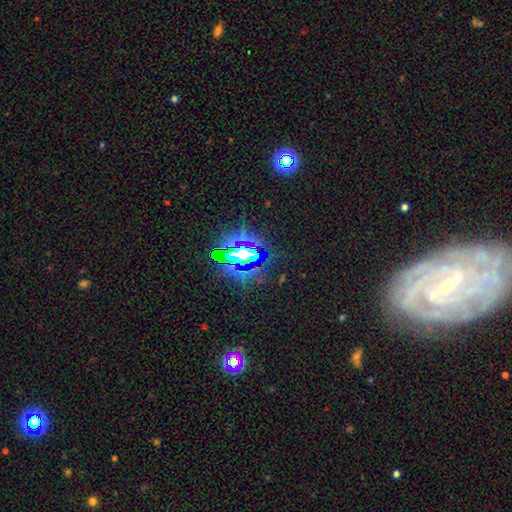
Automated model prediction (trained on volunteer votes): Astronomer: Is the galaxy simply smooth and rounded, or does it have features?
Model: star or artifact — 74%.